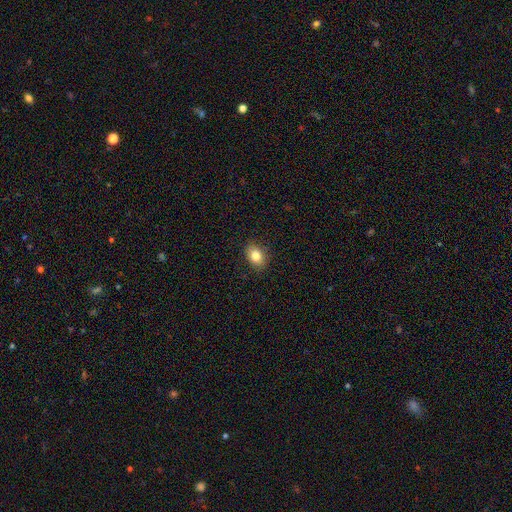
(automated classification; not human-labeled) Smooth or featured: smooth — 82% (star or artifact — 9%)
How rounded: in between — 74% (round — 25%)
Merging: none — 88% (minor disturbance — 9%)